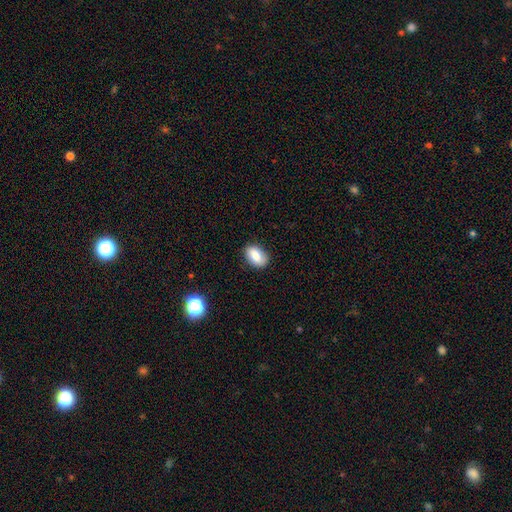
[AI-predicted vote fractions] smooth 82%, featured or disk 10%, star or artifact 8%. Down the decision tree: how rounded — in between (87%); merging — none (84%).